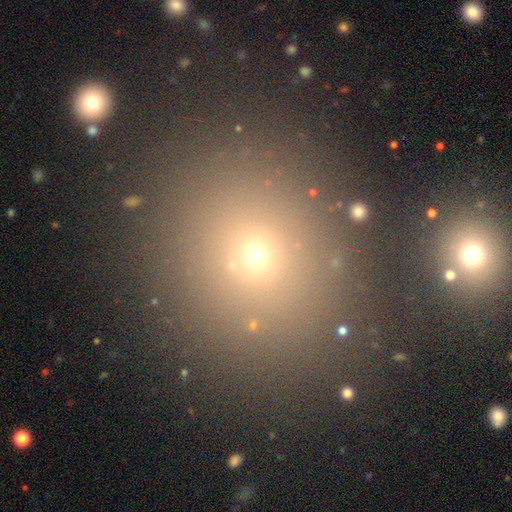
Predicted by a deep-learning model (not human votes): A smooth galaxy with no disk features (61%) that is round (74%). Merging: none (82%).